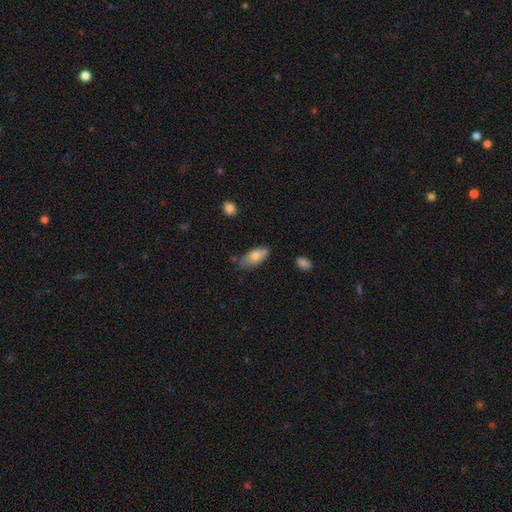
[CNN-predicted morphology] This is likely a smooth galaxy (78%). How rounded: clearly in between (87%). Merging: possibly none (59%).